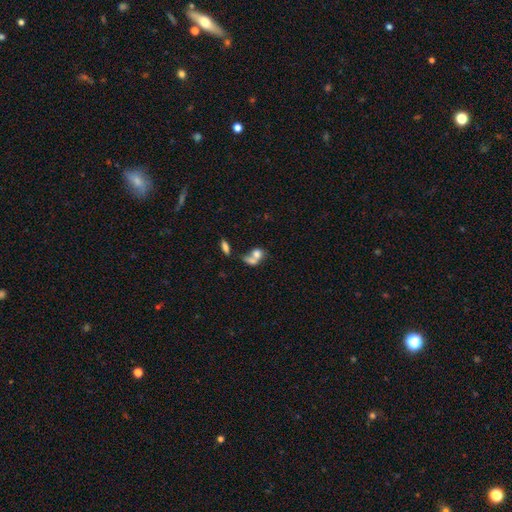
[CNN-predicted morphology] smooth_or_featured: smooth (p=0.70) [alt: featured or disk p=0.20]
how_rounded: in between (p=0.58) [alt: round p=0.38]
merging: merger (p=0.63) [alt: none p=0.20]